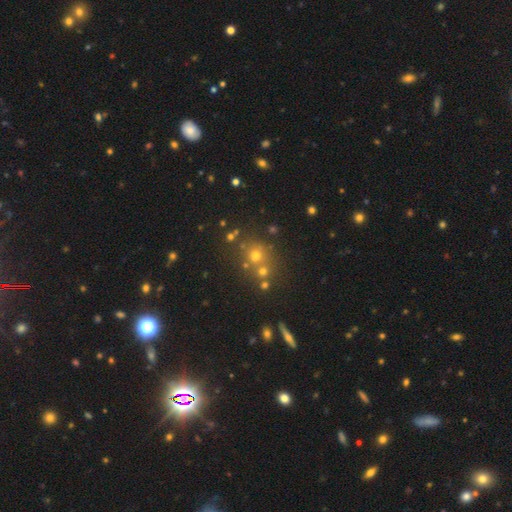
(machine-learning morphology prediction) smooth_or_featured: star or artifact (p=0.46) [alt: smooth p=0.43]